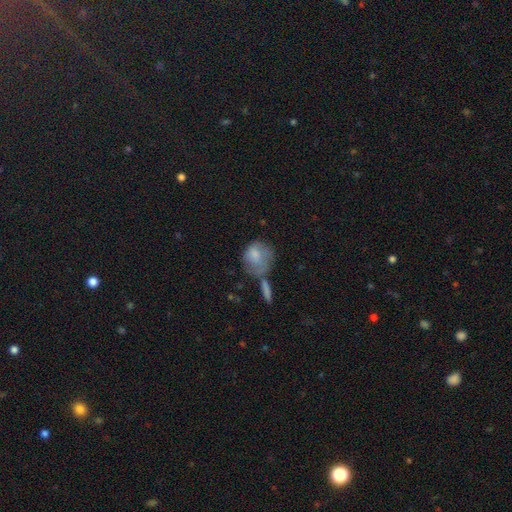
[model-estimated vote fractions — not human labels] Smooth or featured: smooth — 73% (featured or disk — 20%)
How rounded: round — 60% (in between — 38%)
Merging: none — 36% (minor disturbance — 25%)